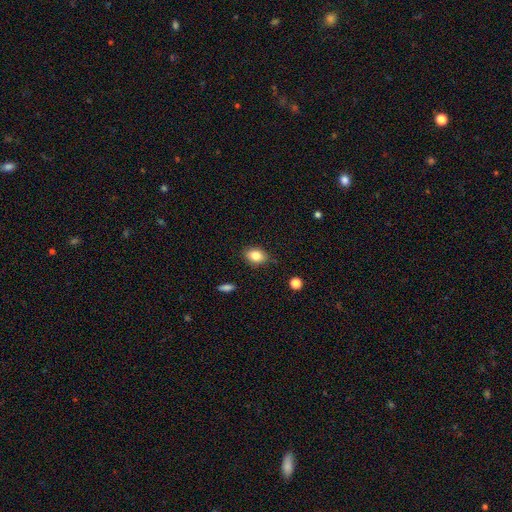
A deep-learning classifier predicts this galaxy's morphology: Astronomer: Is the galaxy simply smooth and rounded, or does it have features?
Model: smooth — 83%.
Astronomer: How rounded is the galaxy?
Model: in between — 76%.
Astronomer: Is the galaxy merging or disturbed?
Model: none — 81%.